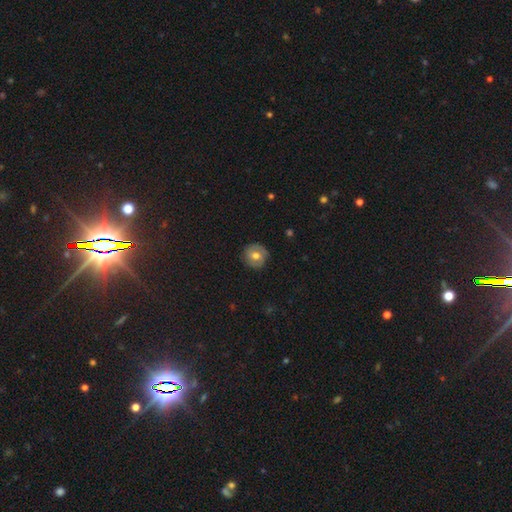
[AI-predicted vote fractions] Overall: smooth (55%; featured or disk 37%). How rounded: round (90%). Merging: none (84%).